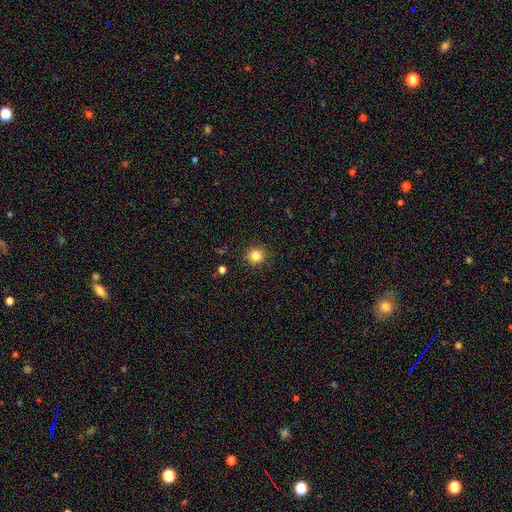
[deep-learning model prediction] Morphology: type=smooth (83%); roundness=round (93%); merging=none (90%).